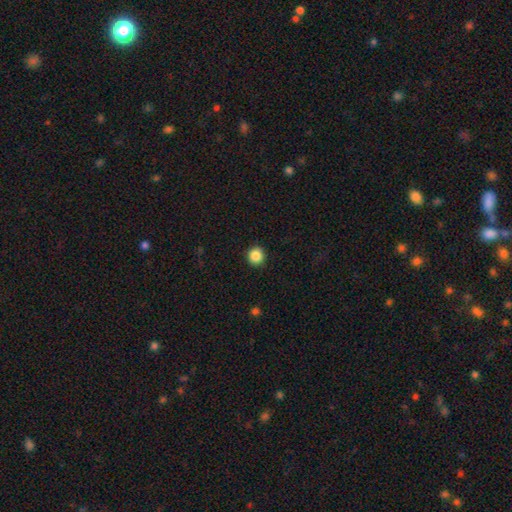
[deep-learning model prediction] A smooth galaxy with no disk features (87%) that is round (94%).

Vote fractions:
- Smooth or featured? smooth: 87% / star or artifact: 10% / featured or disk: 3%
- How rounded? round: 94% / in between: 6% / cigar-shaped: 1%
- Merging? none: 92% / minor disturbance: 5% / major disturbance: 2% / merger: 1%